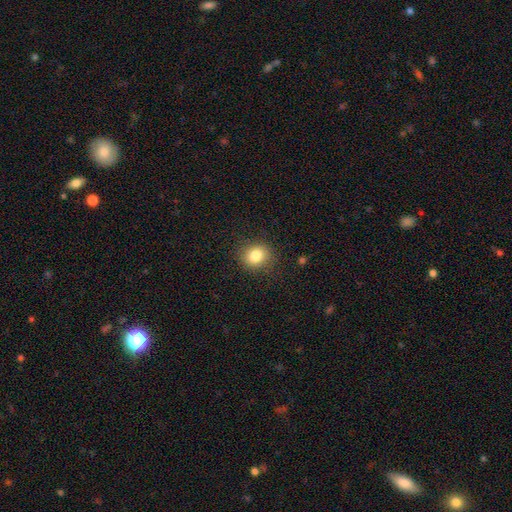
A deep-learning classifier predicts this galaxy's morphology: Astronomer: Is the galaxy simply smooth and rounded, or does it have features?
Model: smooth — 83%.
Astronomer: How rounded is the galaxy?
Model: round — 76%.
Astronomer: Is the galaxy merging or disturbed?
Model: none — 87%.